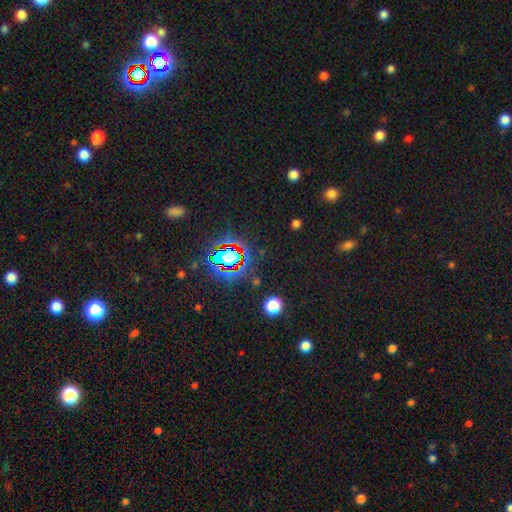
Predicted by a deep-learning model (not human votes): This appears to be a star or artifact, not a galaxy (79%).